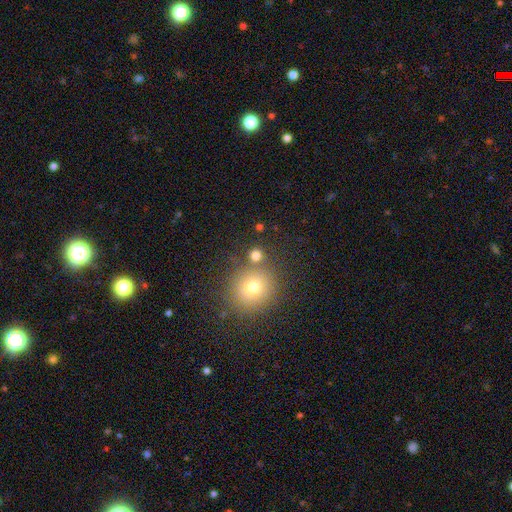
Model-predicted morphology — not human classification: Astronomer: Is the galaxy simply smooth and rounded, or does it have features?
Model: smooth — 76%.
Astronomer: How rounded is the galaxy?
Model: round — 88%.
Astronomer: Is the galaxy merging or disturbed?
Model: none — 72%.